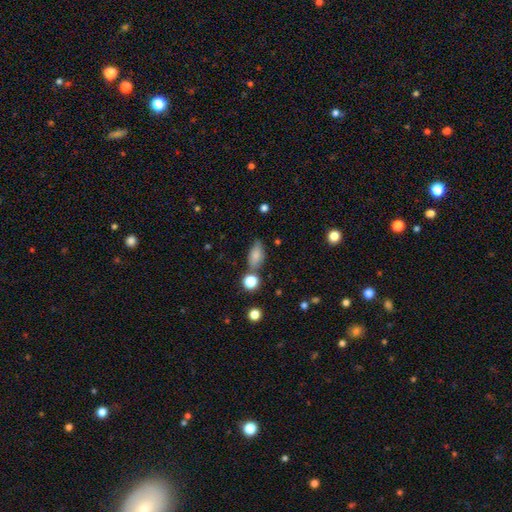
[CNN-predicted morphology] A smooth galaxy with no disk features (80%) that is in between round and cigar-shaped (86%).

Vote fractions:
- Smooth or featured? smooth: 80% / featured or disk: 11% / star or artifact: 9%
- How rounded? in between: 86% / cigar-shaped: 7% / round: 7%
- Merging? none: 65% / minor disturbance: 19% / merger: 11% / major disturbance: 5%